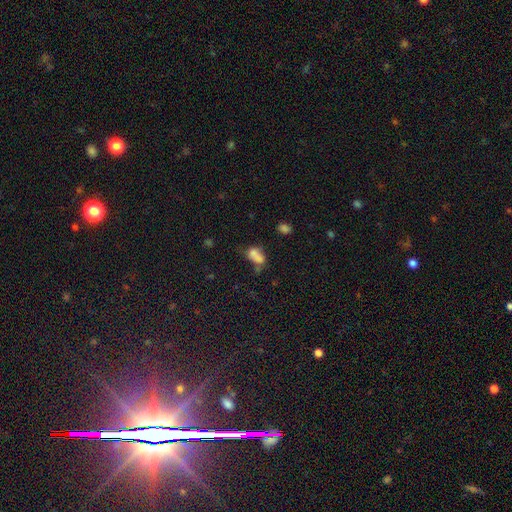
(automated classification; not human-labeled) A smooth galaxy with no disk features (75%) that is in between round and cigar-shaped (82%). Merging: merger (38%).